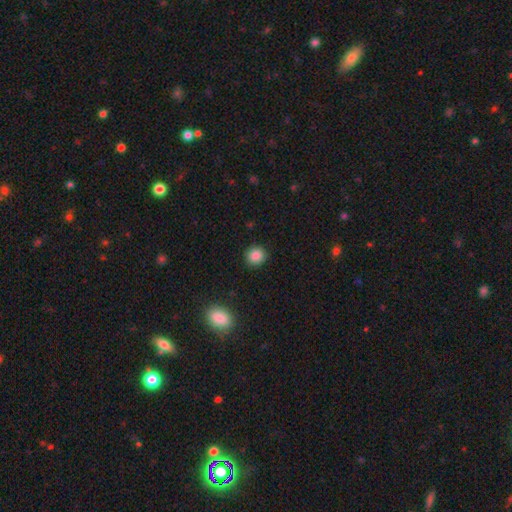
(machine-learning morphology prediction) Smooth or featured?
  - smooth: 87% *
  - star or artifact: 10%
  - featured or disk: 4%
How rounded?
  - round: 89% *
  - in between: 10%
  - cigar-shaped: 1%
Merging?
  - none: 91% *
  - minor disturbance: 6%
  - major disturbance: 2%
  - merger: 1%